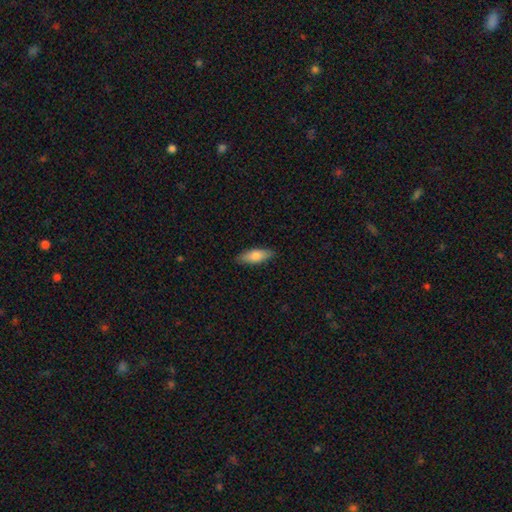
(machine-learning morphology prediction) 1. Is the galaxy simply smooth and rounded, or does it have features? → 77% smooth, 17% featured or disk, 6% star or artifact.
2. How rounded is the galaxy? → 71% in between, 27% cigar-shaped, 2% round.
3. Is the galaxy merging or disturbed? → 87% none, 10% minor disturbance, 2% major disturbance, 1% merger.